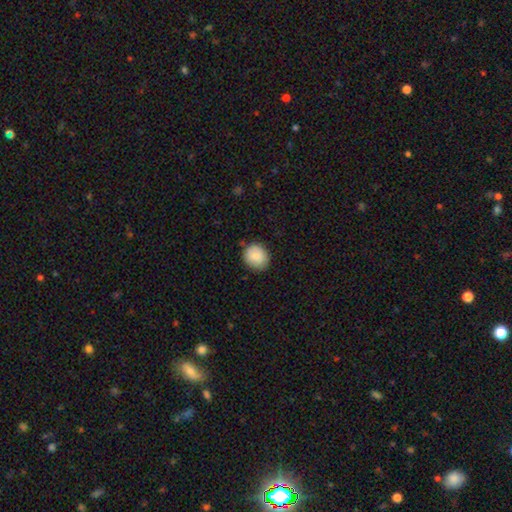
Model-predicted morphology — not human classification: smooth_or_featured: smooth (p=0.83) [alt: featured or disk p=0.10]
how_rounded: round (p=0.78) [alt: in between p=0.21]
merging: none (p=0.82) [alt: minor disturbance p=0.14]